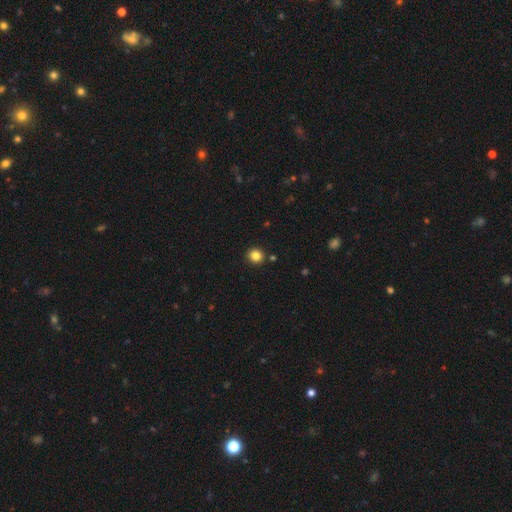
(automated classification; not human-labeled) This appears to be a smooth galaxy with no disk features (84%) that is round (92%). Merging: none (91%).